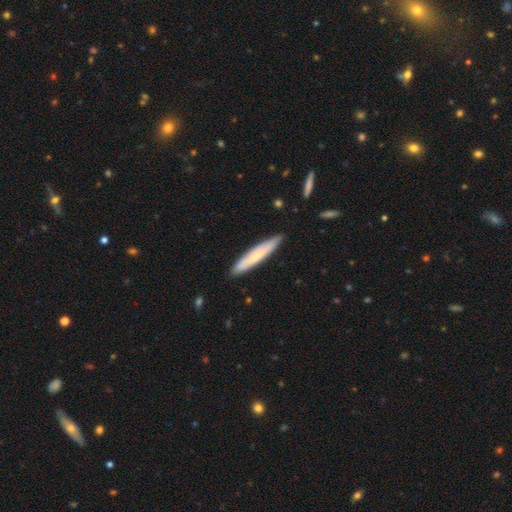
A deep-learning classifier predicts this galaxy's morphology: Smooth or featured? smooth (65%)
How rounded? cigar-shaped (90%)
Merging? none (86%)